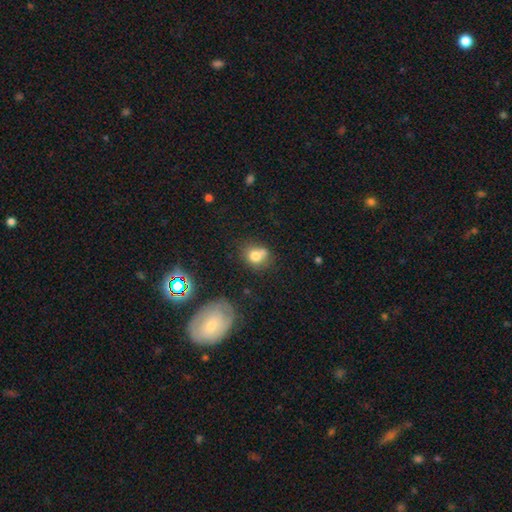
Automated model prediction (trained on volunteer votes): Smooth or featured: smooth — 73% (featured or disk — 15%)
How rounded: round — 63% (in between — 36%)
Merging: none — 45% (merger — 28%)